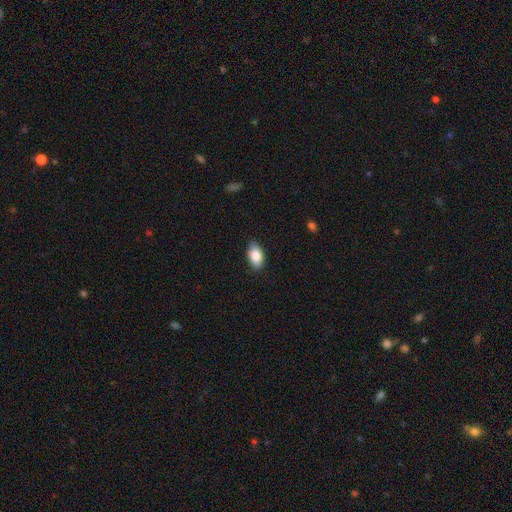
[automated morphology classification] type=smooth (84%); roundness=in between (92%); merging=none (84%).